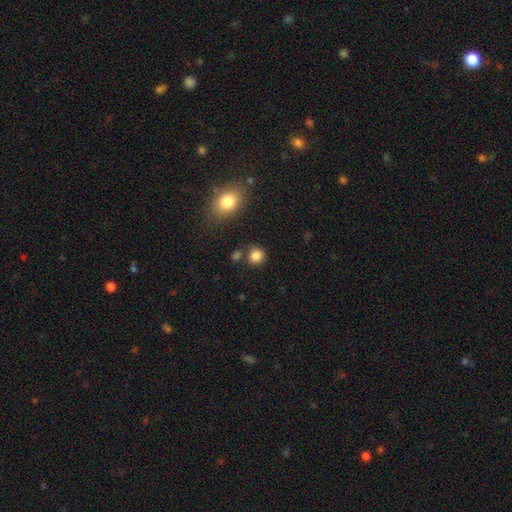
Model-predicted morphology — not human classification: Smooth or featured?
  - smooth: 84% *
  - star or artifact: 11%
  - featured or disk: 5%
How rounded?
  - round: 87% *
  - in between: 12%
  - cigar-shaped: 1%
Merging?
  - none: 77% *
  - minor disturbance: 11%
  - merger: 8%
  - major disturbance: 4%